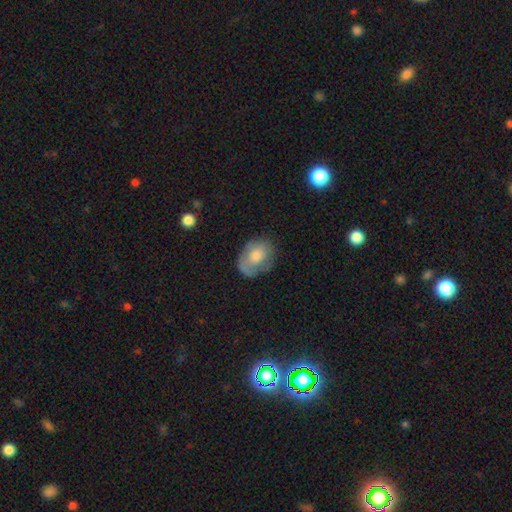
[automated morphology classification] Smooth or featured: smooth — 60% (featured or disk — 32%)
How rounded: in between — 67% (round — 32%)
Merging: none — 60% (minor disturbance — 27%)